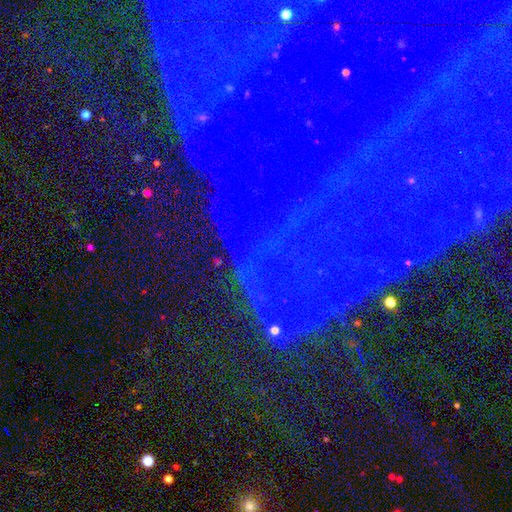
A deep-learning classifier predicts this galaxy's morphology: Smooth or featured? star or artifact (82%)